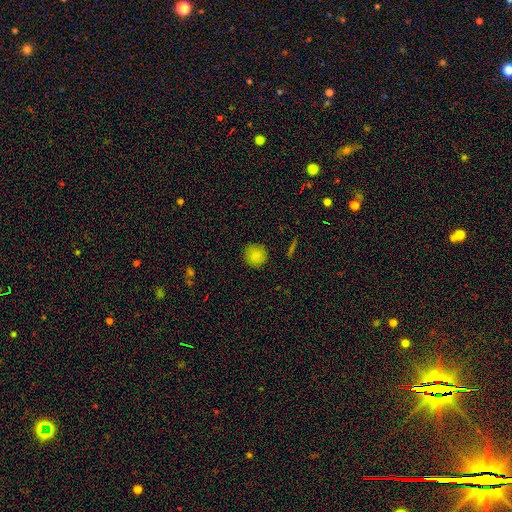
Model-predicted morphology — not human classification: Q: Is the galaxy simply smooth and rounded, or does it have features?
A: smooth — 85%.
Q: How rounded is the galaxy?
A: round — 92%.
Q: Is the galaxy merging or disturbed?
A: none — 88%.